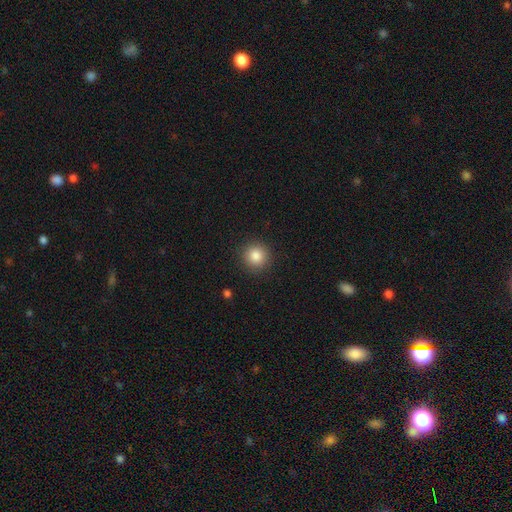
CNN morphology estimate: Q: Smooth or featured?
A: smooth (85%); runner-up: star or artifact (10%)
Q: How rounded?
A: round (93%); runner-up: in between (6%)
Q: Merging?
A: none (90%); runner-up: minor disturbance (6%)